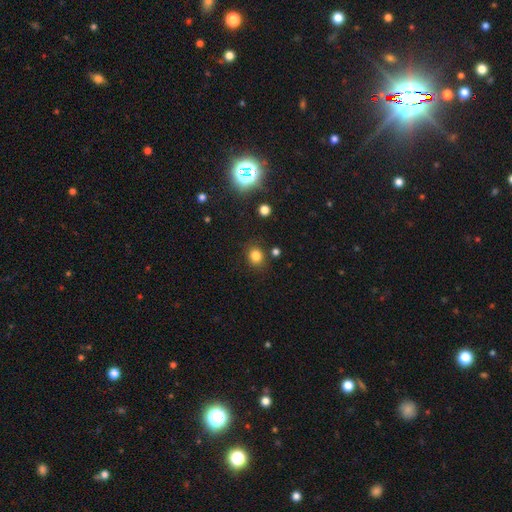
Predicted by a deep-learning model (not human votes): This appears to be a smooth galaxy with no disk features (81%) that is round (72%). Merging: none (82%).